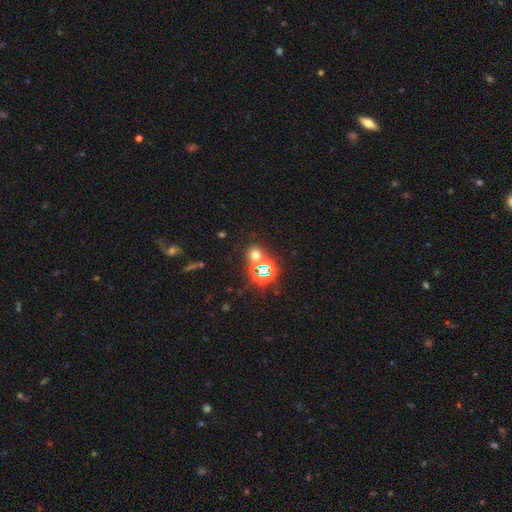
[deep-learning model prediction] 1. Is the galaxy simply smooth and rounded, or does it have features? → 49% smooth, 43% star or artifact, 8% featured or disk.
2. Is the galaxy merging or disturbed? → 71% none, 16% merger, 8% minor disturbance, 5% major disturbance.